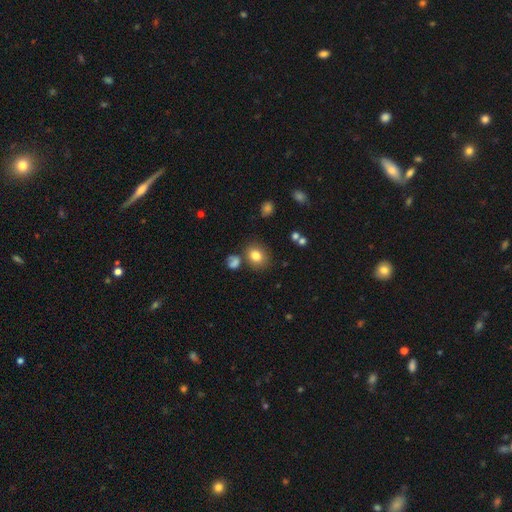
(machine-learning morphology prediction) Q: Smooth or featured?
A: smooth (80%); runner-up: star or artifact (12%)
Q: How rounded?
A: round (60%); runner-up: in between (39%)
Q: Merging?
A: none (75%); runner-up: minor disturbance (13%)